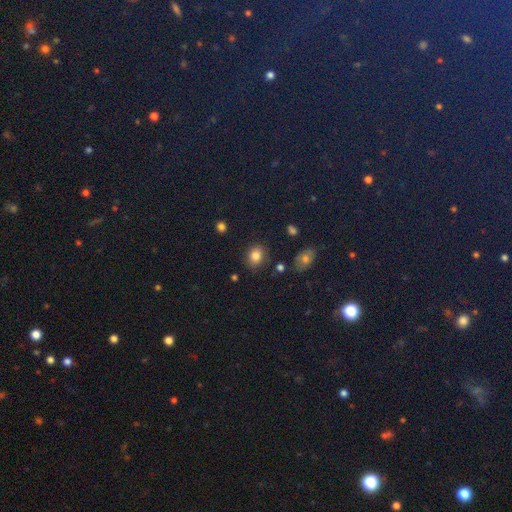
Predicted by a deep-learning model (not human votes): smooth 83%, star or artifact 11%, featured or disk 7%. Down the decision tree: how rounded — round (57%); merging — none (81%).